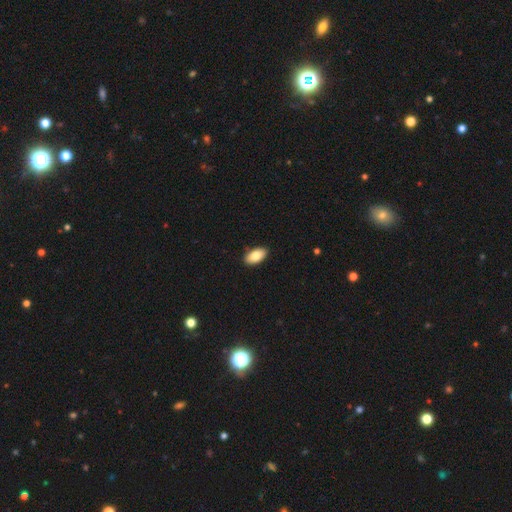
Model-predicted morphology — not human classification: This is clearly a smooth galaxy (82%). How rounded: clearly in between (94%). Merging: clearly none (90%).